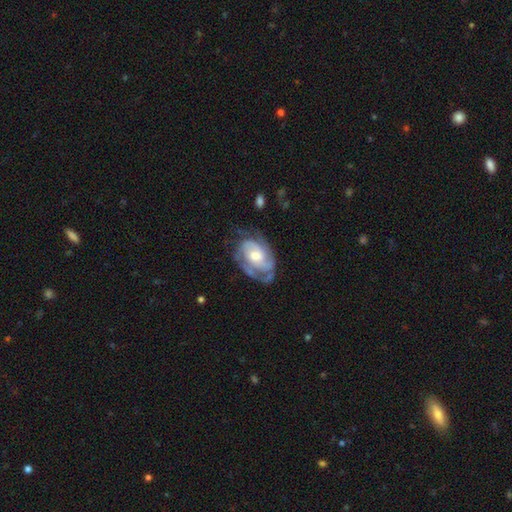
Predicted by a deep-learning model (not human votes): Smooth or featured: featured or disk — 83% (smooth — 12%)
Edge-on disk: no — 97% (yes — 3%)
Bar: no — 56% (weak — 36%)
Spiral arms: yes — 94% (no — 6%)
Spiral winding: tight — 54% (medium — 37%)
Spiral arm count: 2 — 43% (can't tell — 24%)
Bulge size: moderate — 58% (small — 19%)
Merging: none — 58% (minor disturbance — 25%)